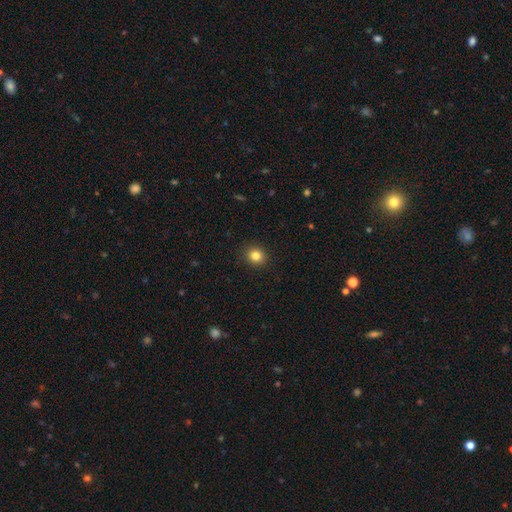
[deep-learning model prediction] smooth_or_featured: smooth (p=0.83) [alt: star or artifact p=0.12]
how_rounded: round (p=0.84) [alt: in between p=0.15]
merging: none (p=0.92) [alt: minor disturbance p=0.06]